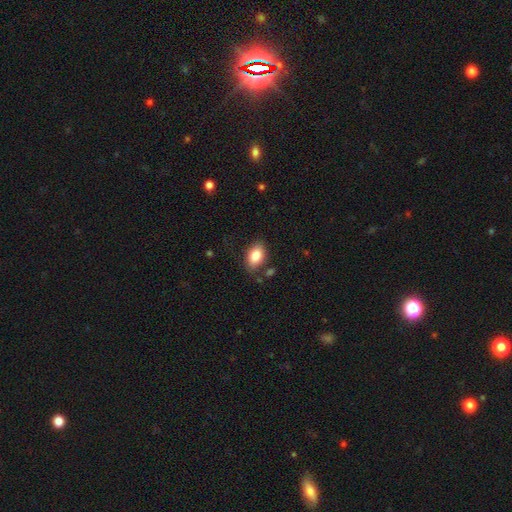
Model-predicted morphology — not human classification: The model was most divided on "merging": none: 79%, minor disturbance: 14%, major disturbance: 4%, merger: 3%. More confident: how rounded — in between (87%); smooth or featured — smooth (84%).